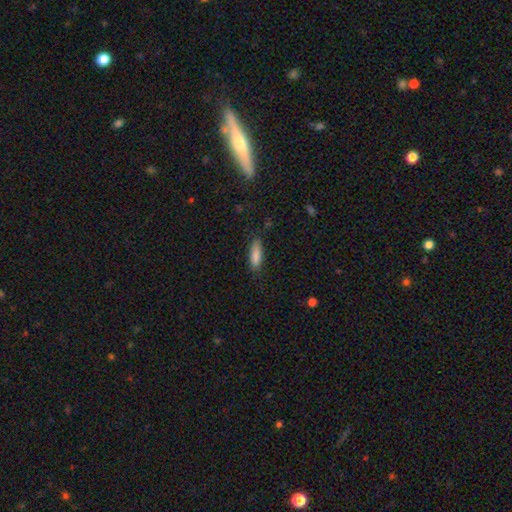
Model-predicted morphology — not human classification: Q: Smooth or featured?
A: smooth (86%); runner-up: star or artifact (7%)
Q: How rounded?
A: in between (53%); runner-up: cigar-shaped (45%)
Q: Merging?
A: none (74%); runner-up: minor disturbance (20%)